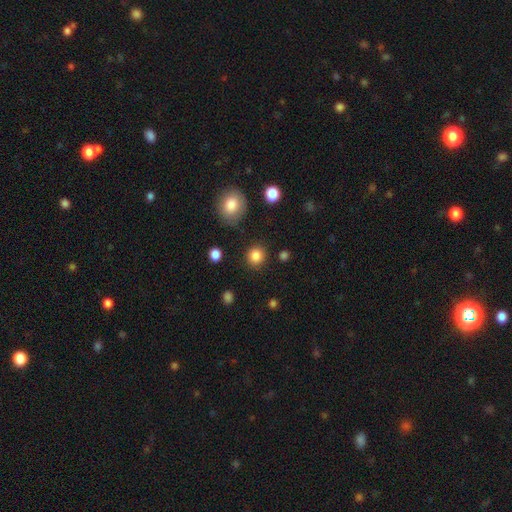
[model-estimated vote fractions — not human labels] Q: Smooth or featured?
A: smooth (86%); runner-up: star or artifact (10%)
Q: How rounded?
A: round (89%); runner-up: in between (10%)
Q: Merging?
A: none (88%); runner-up: minor disturbance (7%)